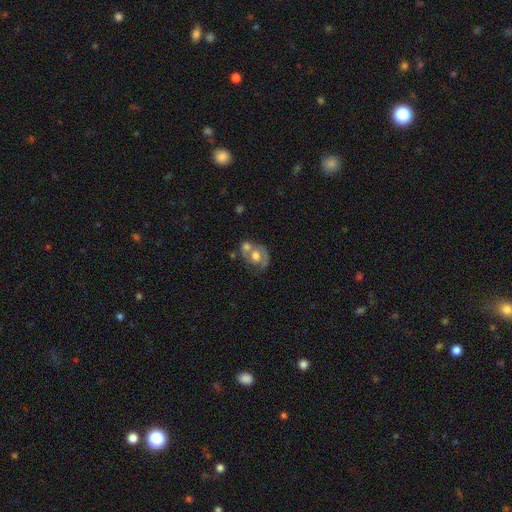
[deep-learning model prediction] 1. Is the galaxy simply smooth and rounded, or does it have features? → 65% featured or disk, 28% smooth, 7% star or artifact.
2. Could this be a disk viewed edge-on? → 97% no, 3% yes.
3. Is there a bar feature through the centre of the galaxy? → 75% no, 20% weak, 5% strong.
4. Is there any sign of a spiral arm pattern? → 69% yes, 31% no.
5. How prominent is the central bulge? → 51% moderate, 33% large, 9% small, 4% none, 3% dominant.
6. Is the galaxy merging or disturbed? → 44% merger, 30% none, 14% minor disturbance, 12% major disturbance.